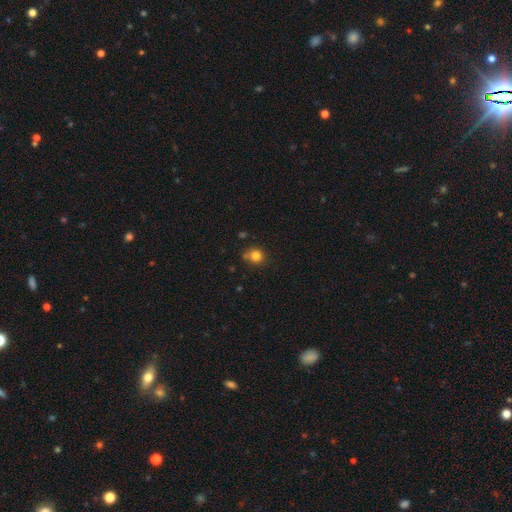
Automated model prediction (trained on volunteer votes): smooth 81%, star or artifact 13%, featured or disk 6%. Down the decision tree: how rounded — round (87%); merging — none (71%).